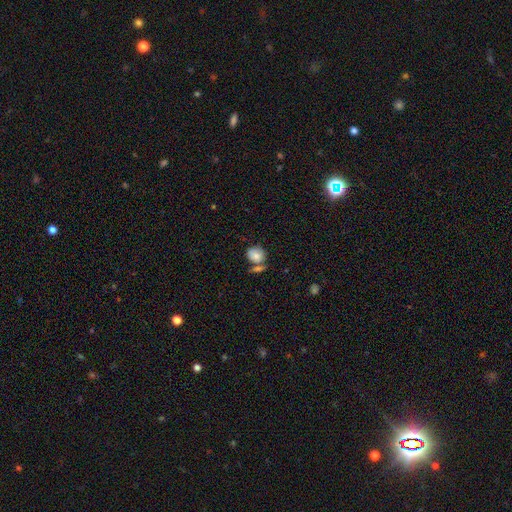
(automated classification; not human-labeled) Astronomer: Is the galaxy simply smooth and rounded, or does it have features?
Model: smooth — 78%.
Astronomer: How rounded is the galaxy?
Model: round — 68%.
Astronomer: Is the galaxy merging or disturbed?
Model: none — 54%.